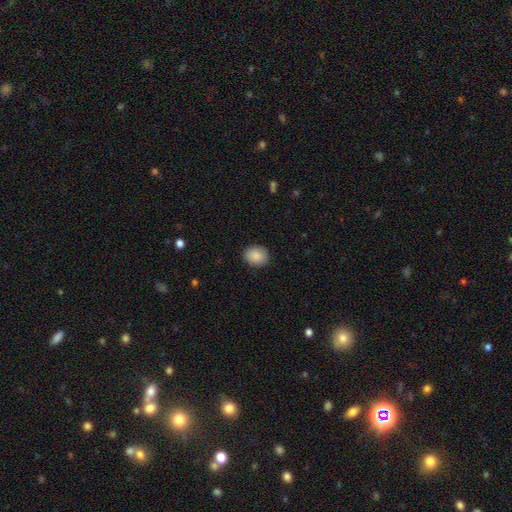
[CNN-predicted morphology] A smooth galaxy with no disk features (89%) that is round (55%). Merging: none (89%).